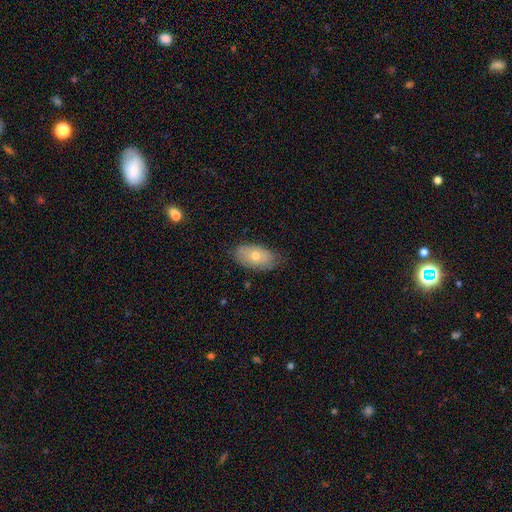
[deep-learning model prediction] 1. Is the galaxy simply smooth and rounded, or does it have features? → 66% smooth, 26% featured or disk, 8% star or artifact.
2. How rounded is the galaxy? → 93% in between, 5% round, 2% cigar-shaped.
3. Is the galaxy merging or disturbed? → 76% none, 19% minor disturbance, 3% major disturbance, 1% merger.